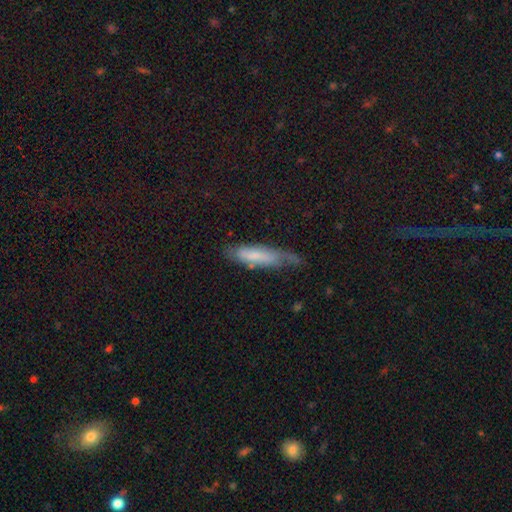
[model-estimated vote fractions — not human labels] Smooth or featured: smooth — 59% (featured or disk — 34%)
How rounded: cigar-shaped — 68% (in between — 30%)
Merging: none — 46% (minor disturbance — 34%)